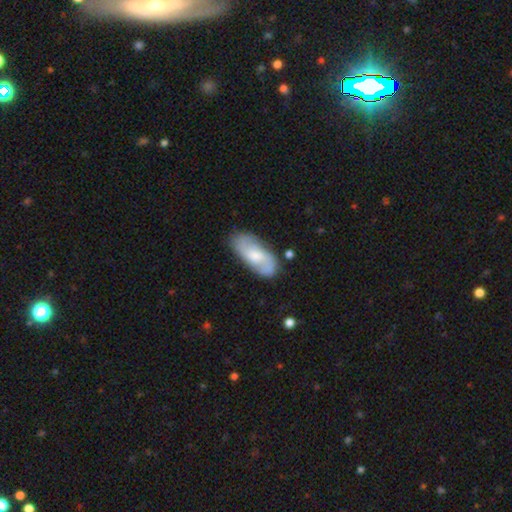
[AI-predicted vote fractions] Morphology: type=featured or disk (51%); edge-on=no (91%); merging=none (73%).